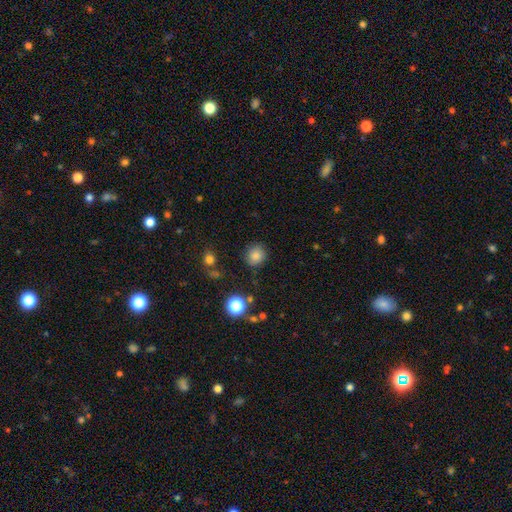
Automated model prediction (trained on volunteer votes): Morphology: type=smooth (82%); roundness=round (87%); merging=none (85%).